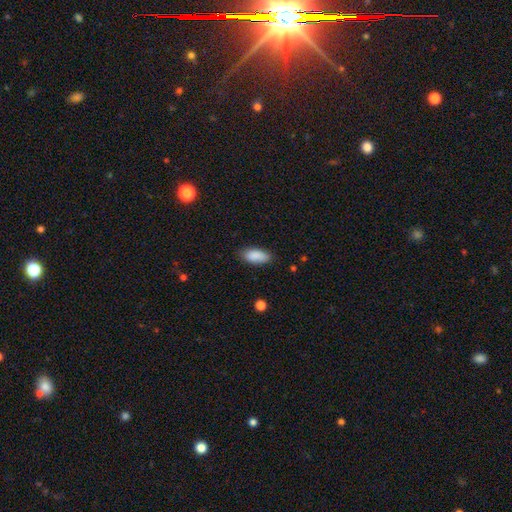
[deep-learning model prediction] This appears to be a smooth galaxy with no disk features (89%) that is in between round and cigar-shaped (87%). Merging: none (82%).